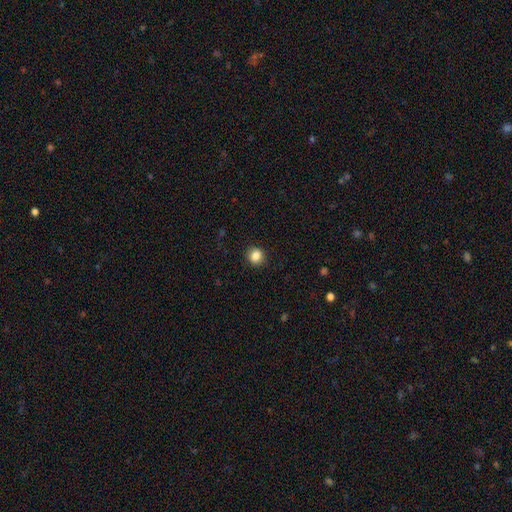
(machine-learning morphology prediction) This is clearly a smooth galaxy (85%). How rounded: clearly round (87%). Merging: clearly none (91%).